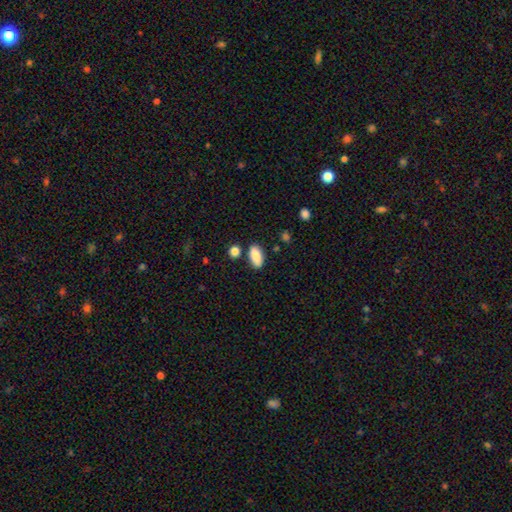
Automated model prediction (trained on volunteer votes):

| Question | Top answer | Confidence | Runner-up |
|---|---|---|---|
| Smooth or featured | smooth | 87% | star or artifact (7%) |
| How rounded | in between | 89% | cigar-shaped (7%) |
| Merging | none | 78% | minor disturbance (12%) |